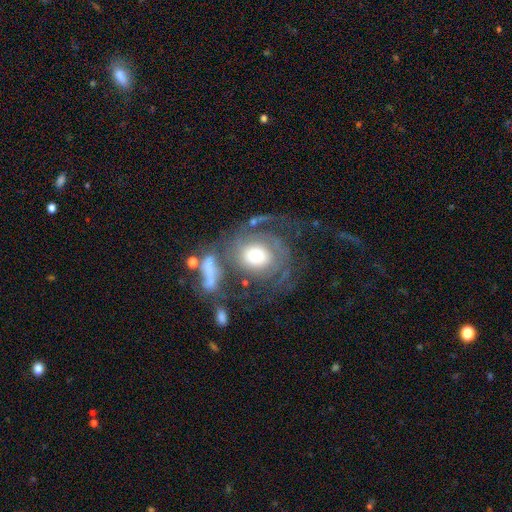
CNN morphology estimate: A featured or disk galaxy (68%) with no bar (79%), tight (50%) spiral arms (78%) and a moderate central bulge (45%).

Vote fractions:
- Smooth or featured? featured or disk: 68% / smooth: 24% / star or artifact: 8%
- Edge-on disk? no: 96% / yes: 4%
- Bar? no: 79% / weak: 15% / strong: 6%
- Spiral arms? yes: 78% / no: 22%
- Spiral winding? tight: 50% / medium: 30% / loose: 20%
- Spiral arm count? can't tell: 36% / 2: 28% / 1: 14% / 3: 11% / 4: 5% / more than 4: 5%
- Bulge size? moderate: 45% / large: 29% / small: 17% / dominant: 6% / none: 2%
- Merging? none: 41% / major disturbance: 28% / merger: 16% / minor disturbance: 16%